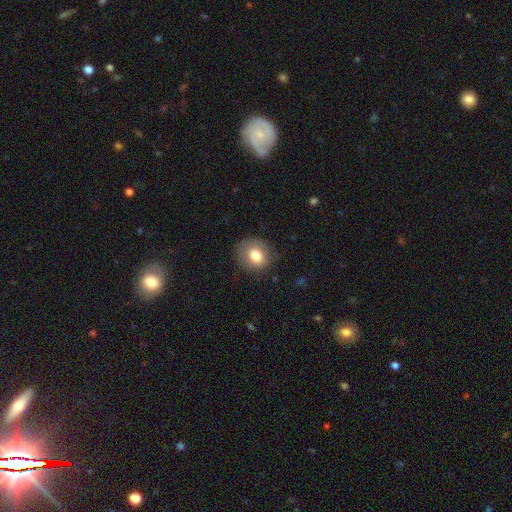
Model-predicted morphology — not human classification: The model was most divided on "how rounded": round: 72%, in between: 27%, cigar-shaped: 1%. More confident: smooth or featured — smooth (78%); merging — none (77%).